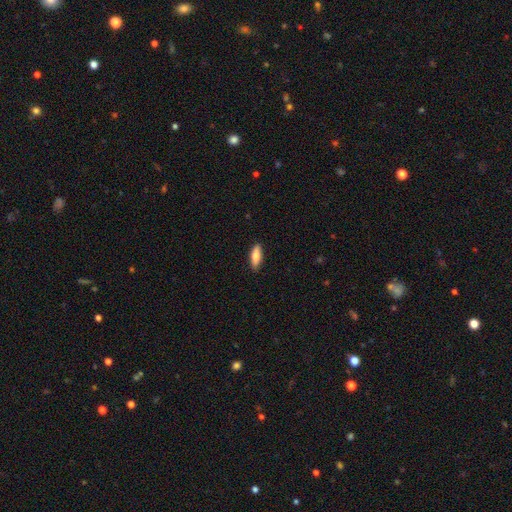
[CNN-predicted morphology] This is likely a smooth galaxy (78%). How rounded: possibly in between (59%). Merging: clearly none (89%).